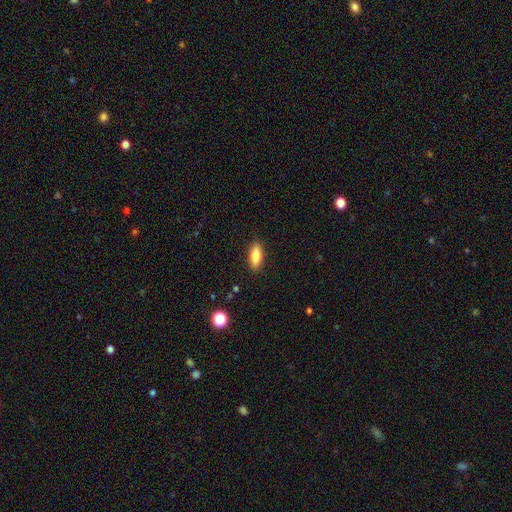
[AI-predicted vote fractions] This appears to be a smooth galaxy with no disk features (83%) that is in between round and cigar-shaped (71%). Merging: none (88%).